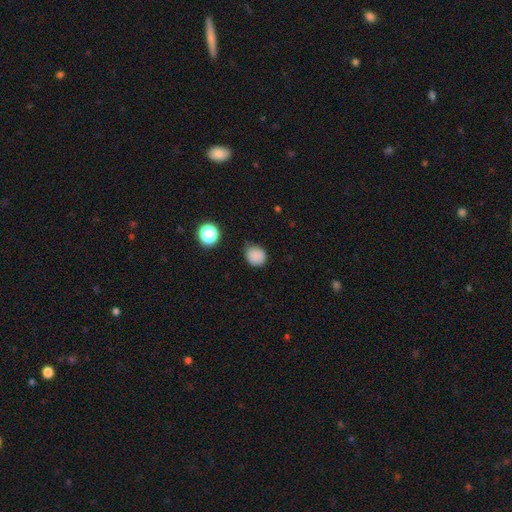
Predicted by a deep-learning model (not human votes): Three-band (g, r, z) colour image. It shows a smooth galaxy with no disk features (83%) that is round (79%). Merging: none (72%).